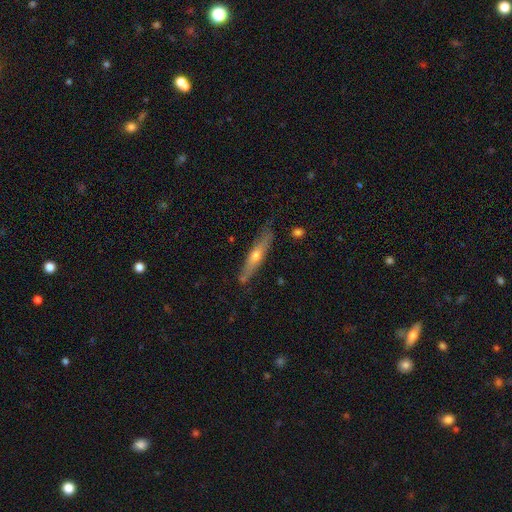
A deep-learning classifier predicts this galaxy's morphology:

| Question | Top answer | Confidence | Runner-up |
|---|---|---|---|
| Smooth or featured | featured or disk | 58% | smooth (35%) |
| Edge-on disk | yes | 88% | no (12%) |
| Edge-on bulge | rounded | 85% | none (12%) |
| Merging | none | 80% | minor disturbance (15%) |